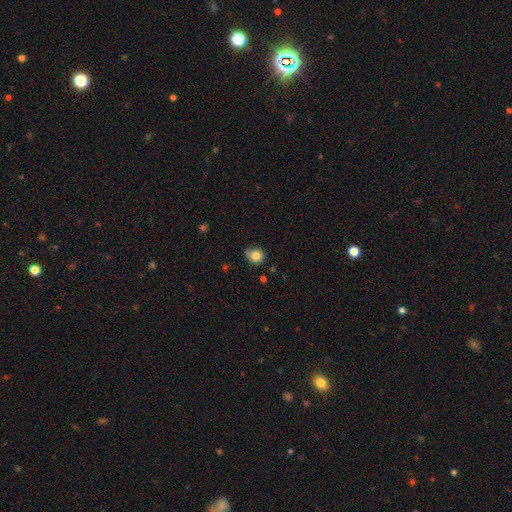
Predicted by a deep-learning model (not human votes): This is clearly a smooth galaxy (81%). How rounded: likely round (77%). Merging: likely none (65%).